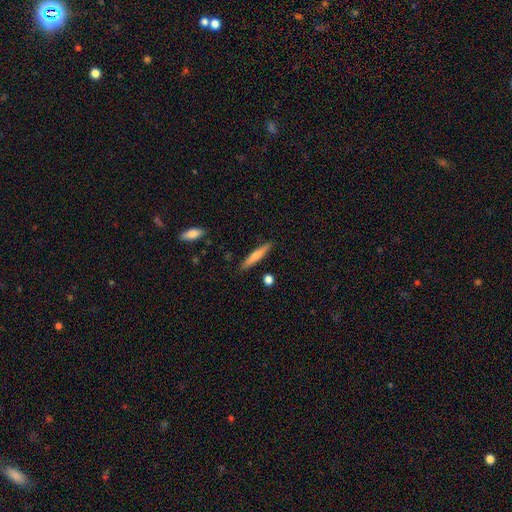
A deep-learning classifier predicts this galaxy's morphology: A smooth galaxy with no disk features (64%) that is cigar-shaped (90%).

Vote fractions:
- Smooth or featured? smooth: 64% / featured or disk: 30% / star or artifact: 6%
- How rounded? cigar-shaped: 90% / in between: 8% / round: 2%
- Merging? none: 88% / minor disturbance: 8% / merger: 2% / major disturbance: 2%